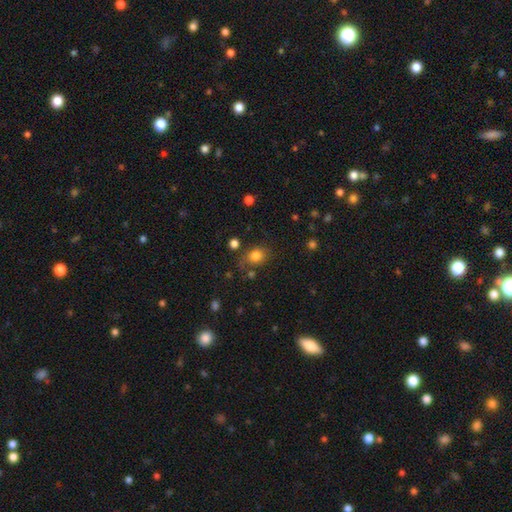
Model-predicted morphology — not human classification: smooth_or_featured: smooth (p=0.81) [alt: star or artifact p=0.12]
how_rounded: round (p=0.64) [alt: in between p=0.35]
merging: none (p=0.68) [alt: minor disturbance p=0.19]